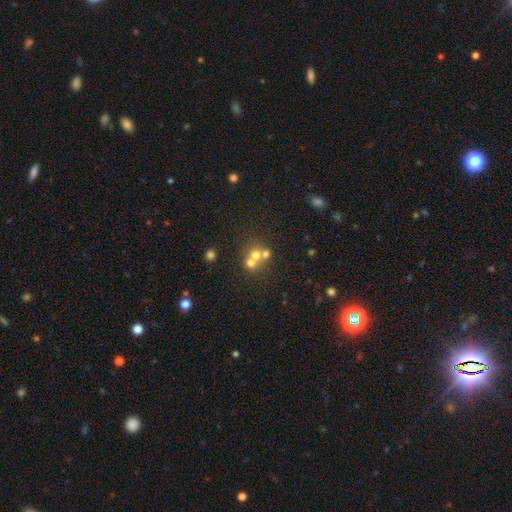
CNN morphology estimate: Overall: smooth (59%; featured or disk 24%). How rounded: round (82%). Merging: merger (56%; none 34%).